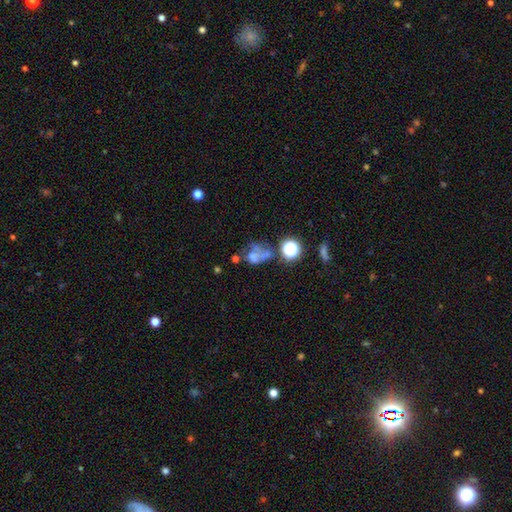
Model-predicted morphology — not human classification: Smooth or featured? smooth (42%)
Merging? merger (32%)